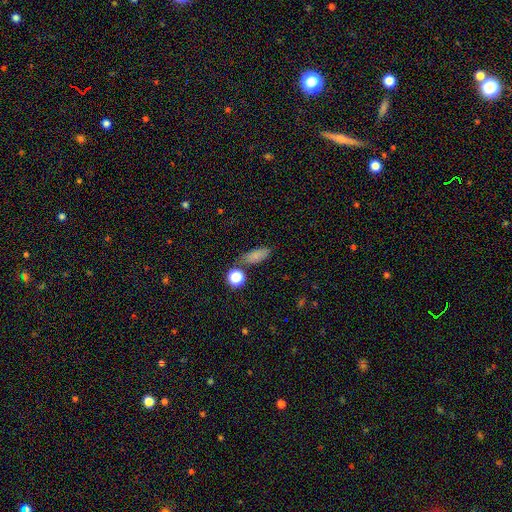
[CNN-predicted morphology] Overall: smooth (77%). How rounded: in between (72%). Merging: none (68%).